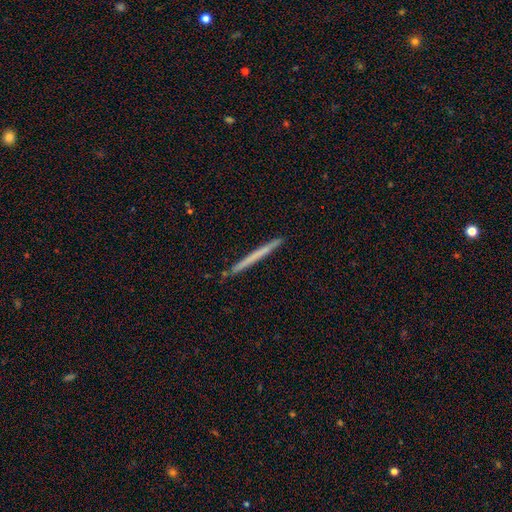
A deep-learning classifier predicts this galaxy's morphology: A smooth galaxy with no disk features (53%) that is cigar-shaped (97%).

Vote fractions:
- Smooth or featured? smooth: 53% / featured or disk: 41% / star or artifact: 6%
- How rounded? cigar-shaped: 97% / in between: 1% / round: 1%
- Merging? none: 91% / minor disturbance: 6% / merger: 1% / major disturbance: 1%